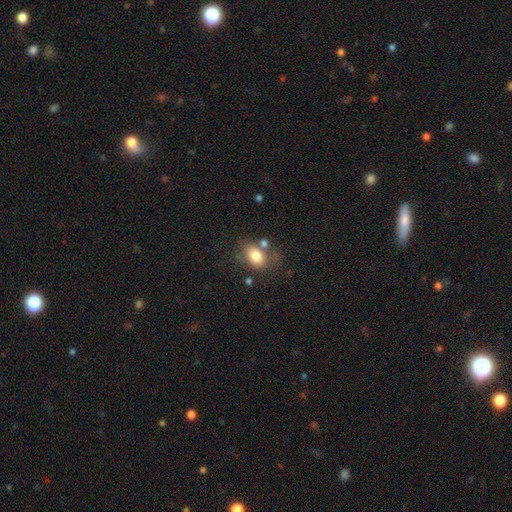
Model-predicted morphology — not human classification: This appears to be a smooth galaxy with no disk features (80%) that is in between round and cigar-shaped (80%). Merging: none (57%).